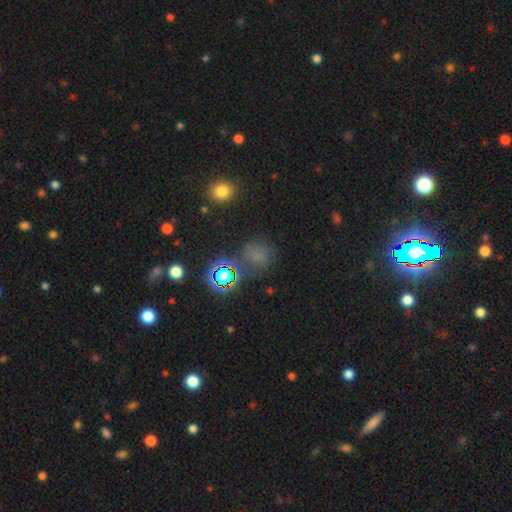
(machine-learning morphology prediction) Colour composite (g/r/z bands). It shows a smooth galaxy with no disk features (45%, tied with star or artifact). Merging: none (72%).